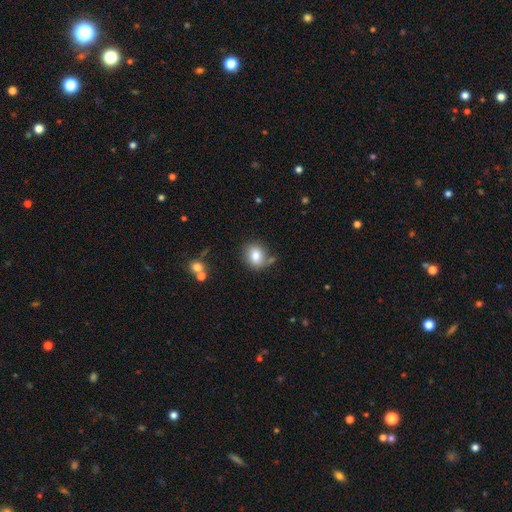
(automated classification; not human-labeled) Q: Smooth or featured?
A: smooth (79%); runner-up: featured or disk (11%)
Q: How rounded?
A: round (68%); runner-up: in between (31%)
Q: Merging?
A: none (70%); runner-up: minor disturbance (16%)